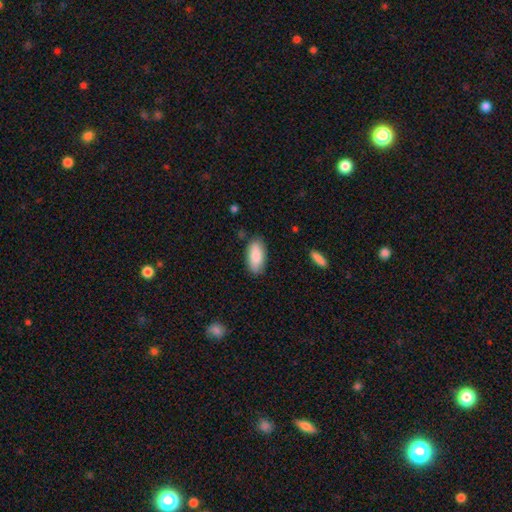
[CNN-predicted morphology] type=smooth (85%); roundness=in between (88%); merging=none (81%).